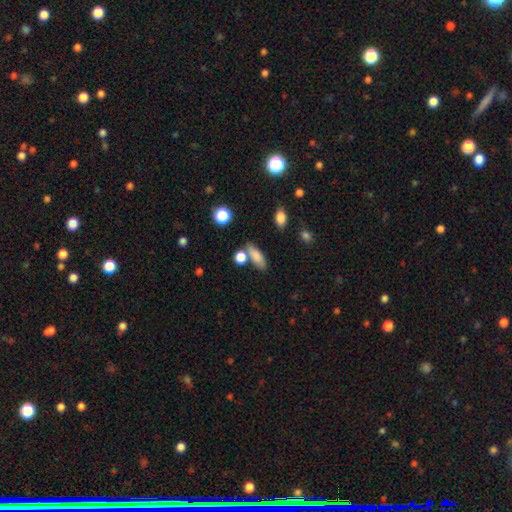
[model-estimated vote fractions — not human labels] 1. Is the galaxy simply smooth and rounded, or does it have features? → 82% smooth, 9% featured or disk, 9% star or artifact.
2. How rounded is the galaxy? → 69% in between, 23% cigar-shaped, 8% round.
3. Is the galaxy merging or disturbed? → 62% none, 18% merger, 15% minor disturbance, 5% major disturbance.